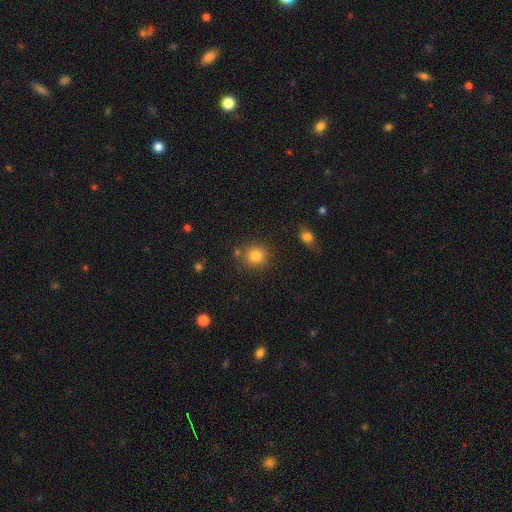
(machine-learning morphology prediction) Smooth or featured?
  - smooth: 82% *
  - star or artifact: 12%
  - featured or disk: 6%
How rounded?
  - round: 89% *
  - in between: 10%
  - cigar-shaped: 1%
Merging?
  - none: 81% *
  - minor disturbance: 9%
  - merger: 7%
  - major disturbance: 3%